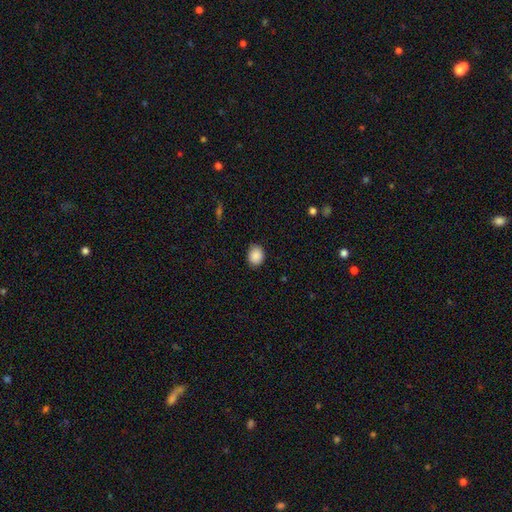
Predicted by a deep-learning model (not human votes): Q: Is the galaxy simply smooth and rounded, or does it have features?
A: smooth — 89%.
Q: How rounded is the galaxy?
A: round — 52%.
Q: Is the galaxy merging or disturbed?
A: none — 85%.